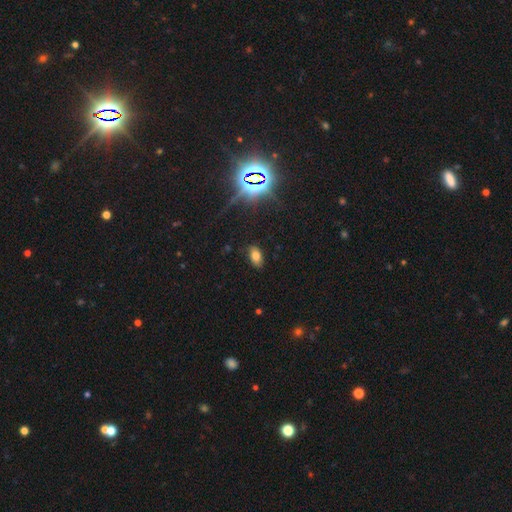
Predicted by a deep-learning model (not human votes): This is likely a smooth galaxy (74%). How rounded: clearly in between (90%). Merging: clearly none (86%).